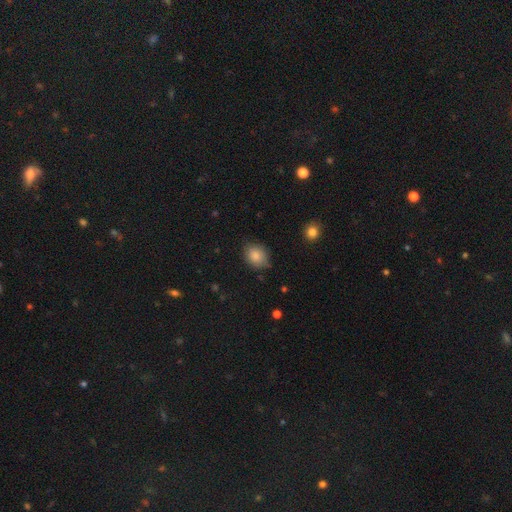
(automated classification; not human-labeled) This appears to be a smooth galaxy with no disk features (85%) that is round (58%). Merging: none (74%).